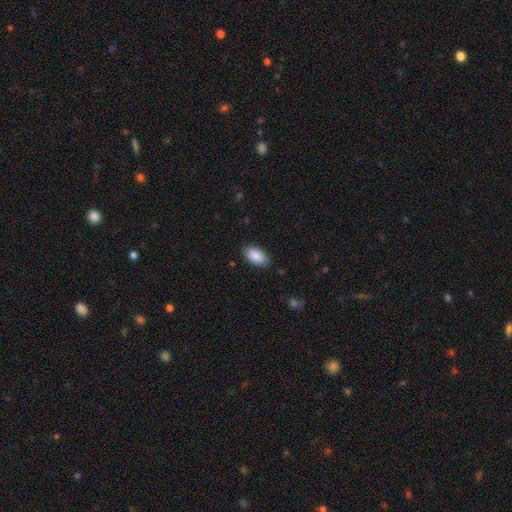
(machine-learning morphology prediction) type=smooth (89%); roundness=in between (95%); merging=none (85%).